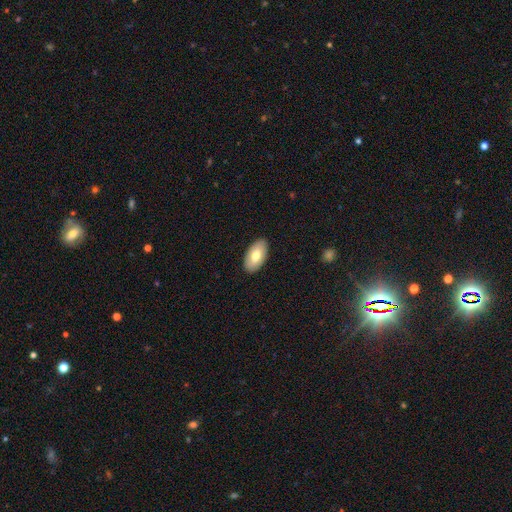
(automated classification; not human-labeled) This is likely a smooth galaxy (70%). How rounded: clearly in between (95%). Merging: clearly none (88%).